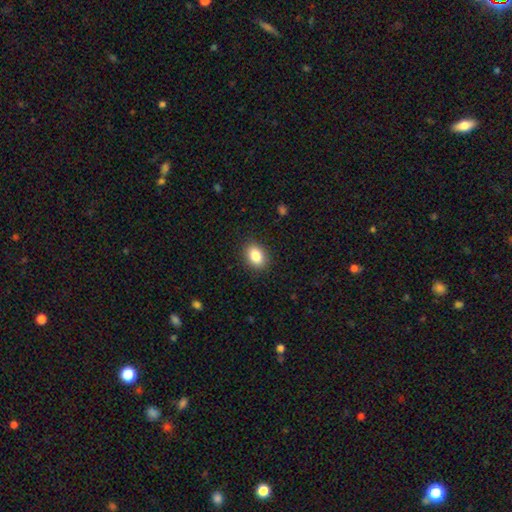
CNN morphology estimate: This is clearly a smooth galaxy (85%). How rounded: likely in between (74%). Merging: clearly none (89%).